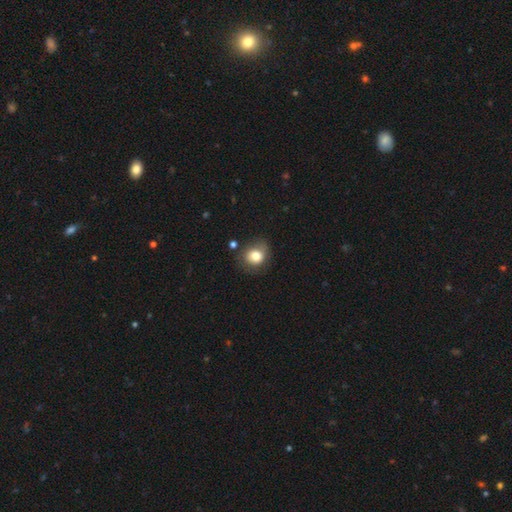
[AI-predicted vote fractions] The model was most divided on "how rounded": round: 67%, in between: 32%, cigar-shaped: 1%. More confident: smooth or featured — smooth (78%); merging — none (69%).